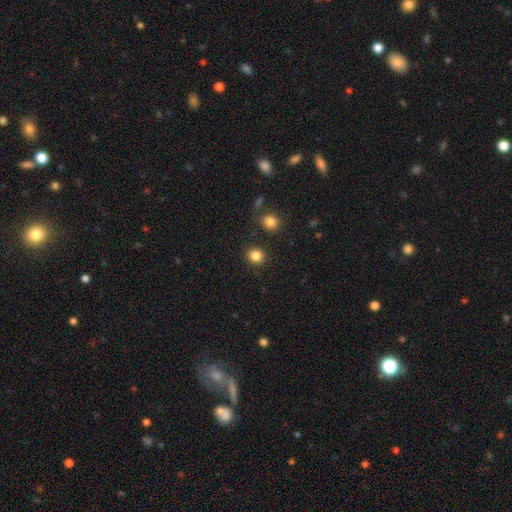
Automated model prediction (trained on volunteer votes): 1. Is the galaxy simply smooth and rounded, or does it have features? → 85% smooth, 11% star or artifact, 4% featured or disk.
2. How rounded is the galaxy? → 84% round, 15% in between, 1% cigar-shaped.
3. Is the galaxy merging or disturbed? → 88% none, 6% minor disturbance, 3% merger, 3% major disturbance.